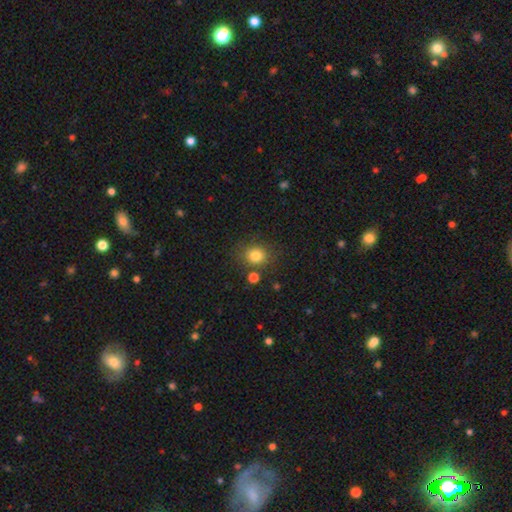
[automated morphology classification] Smooth or featured? Predicted: smooth (p=0.81). How rounded? Predicted: round (p=0.74). Merging? Predicted: none (p=0.78).